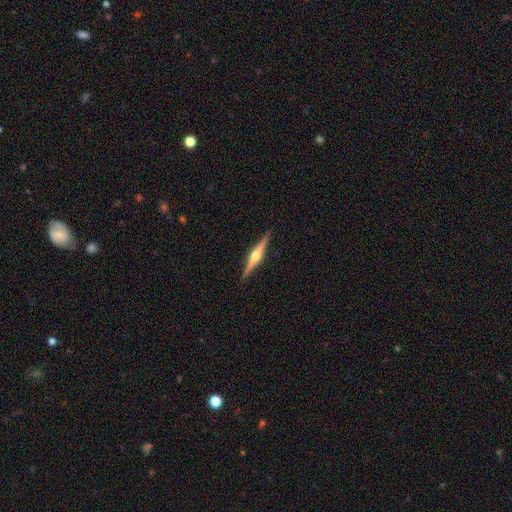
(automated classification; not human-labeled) Smooth or featured: featured or disk — 82% (smooth — 13%)
Edge-on disk: yes — 99% (no — 1%)
Edge-on bulge: rounded — 93% (boxy — 4%)
Merging: none — 92% (minor disturbance — 6%)